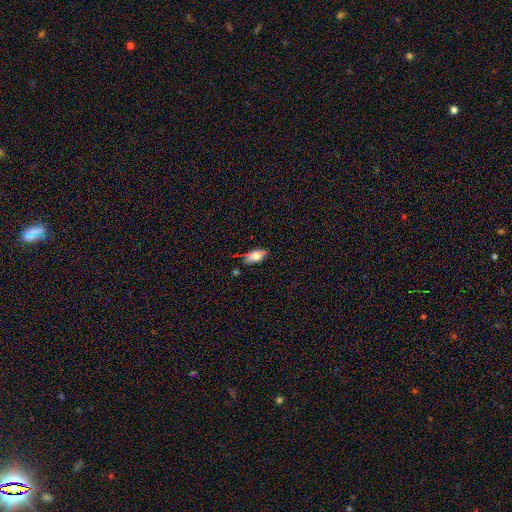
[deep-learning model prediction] A smooth galaxy with no disk features (76%) that is in between round and cigar-shaped (87%).

Vote fractions:
- Smooth or featured? smooth: 76% / featured or disk: 16% / star or artifact: 9%
- How rounded? in between: 87% / cigar-shaped: 9% / round: 4%
- Merging? none: 71% / minor disturbance: 21% / major disturbance: 4% / merger: 3%